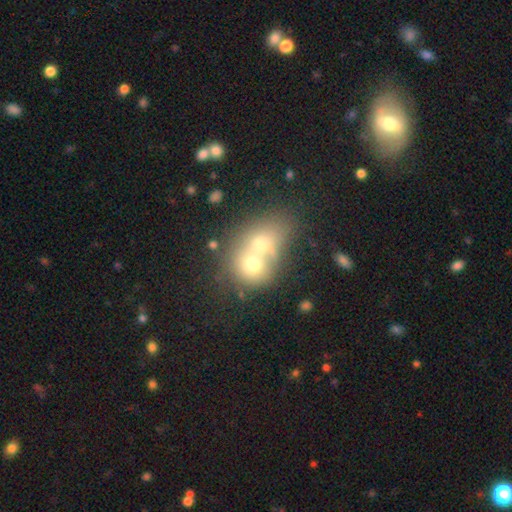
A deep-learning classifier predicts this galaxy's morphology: A smooth galaxy with no disk features (59%) that is round (61%).

Vote fractions:
- Smooth or featured? smooth: 59% / featured or disk: 27% / star or artifact: 13%
- How rounded? round: 61% / in between: 38% / cigar-shaped: 1%
- Merging? merger: 74% / none: 17% / minor disturbance: 5% / major disturbance: 4%